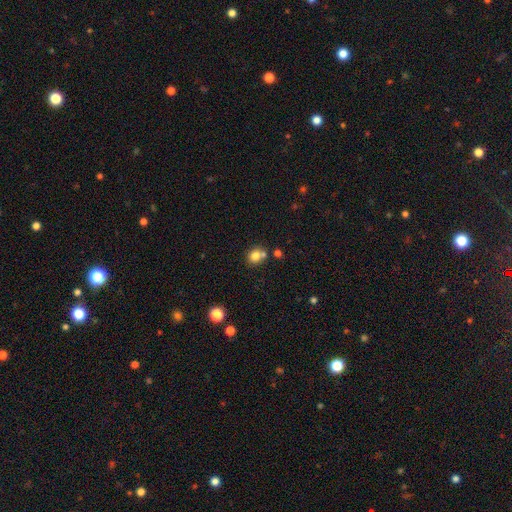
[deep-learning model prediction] Smooth or featured?
  - smooth: 80% *
  - star or artifact: 12%
  - featured or disk: 8%
How rounded?
  - round: 76% *
  - in between: 23%
  - cigar-shaped: 1%
Merging?
  - none: 60% *
  - merger: 26%
  - minor disturbance: 10%
  - major disturbance: 3%